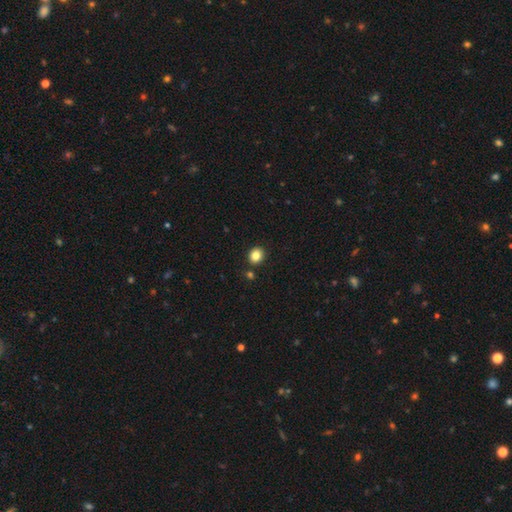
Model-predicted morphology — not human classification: Overall: smooth (84%). How rounded: round (76%). Merging: none (88%).